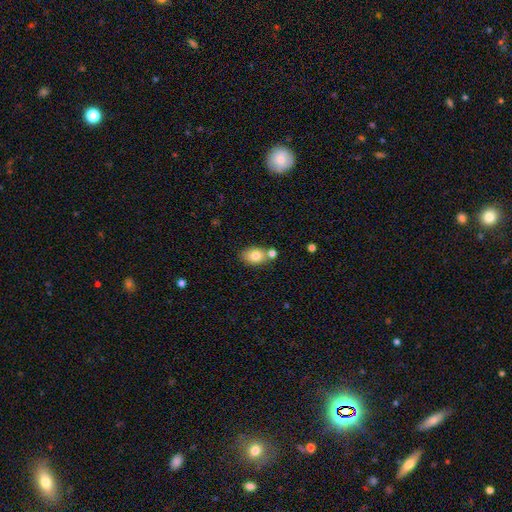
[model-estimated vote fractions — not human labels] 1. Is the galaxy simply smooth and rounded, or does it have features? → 80% smooth, 12% featured or disk, 8% star or artifact.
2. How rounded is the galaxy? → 77% in between, 21% round, 1% cigar-shaped.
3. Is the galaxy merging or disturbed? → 57% none, 25% merger, 14% minor disturbance, 4% major disturbance.